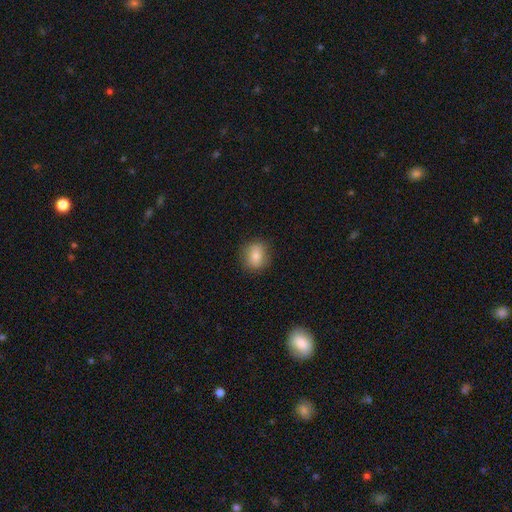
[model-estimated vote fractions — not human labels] smooth_or_featured: smooth (p=0.79) [alt: featured or disk p=0.12]
how_rounded: round (p=0.67) [alt: in between p=0.32]
merging: none (p=0.85) [alt: minor disturbance p=0.11]